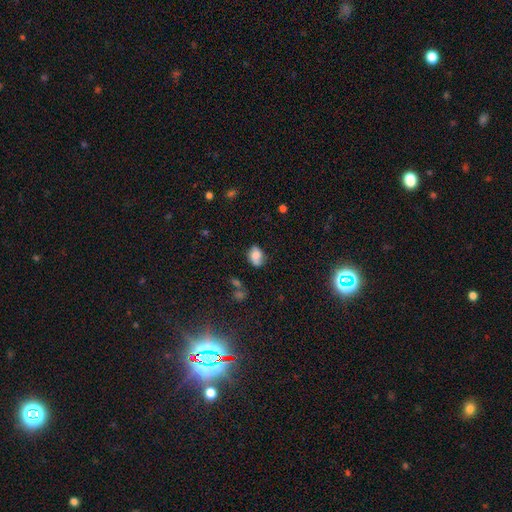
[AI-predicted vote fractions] Smooth or featured? Predicted: smooth (p=0.73). How rounded? Predicted: in between (p=0.72). Merging? Predicted: none (p=0.63).